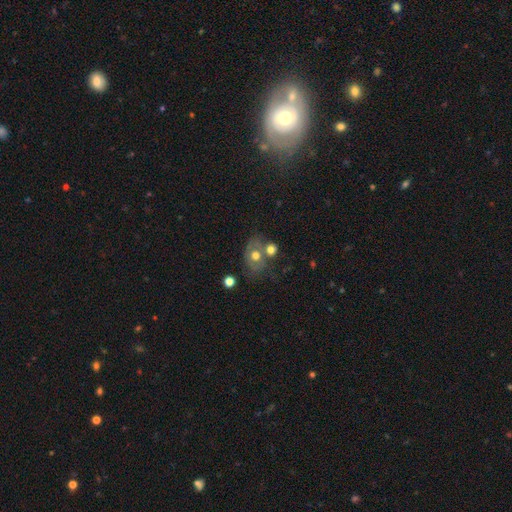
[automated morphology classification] Q: Smooth or featured?
A: smooth (48%); runner-up: featured or disk (41%)
Q: Merging?
A: none (41%); runner-up: merger (33%)